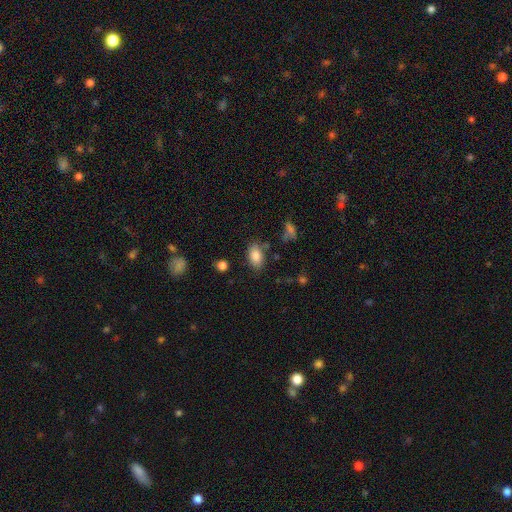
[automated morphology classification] The model was most divided on "merging": none: 77%, minor disturbance: 15%, merger: 4%, major disturbance: 4%. More confident: how rounded — in between (90%); smooth or featured — smooth (84%).